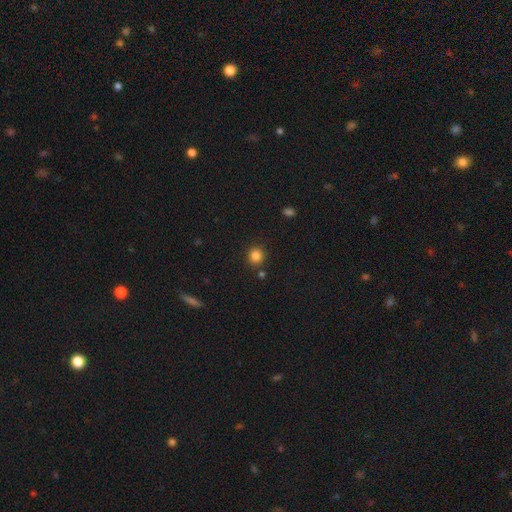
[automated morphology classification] smooth_or_featured: smooth (p=0.84) [alt: star or artifact p=0.12]
how_rounded: round (p=0.91) [alt: in between p=0.08]
merging: none (p=0.86) [alt: minor disturbance p=0.07]